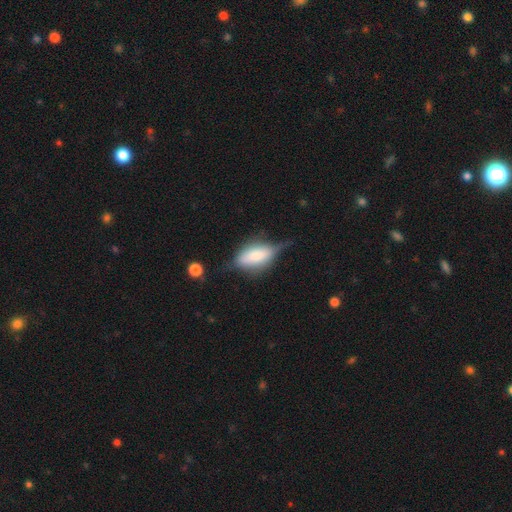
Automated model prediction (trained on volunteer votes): smooth 59%, featured or disk 33%, star or artifact 7%. Down the decision tree: how rounded — in between (81%); merging — none (40%).